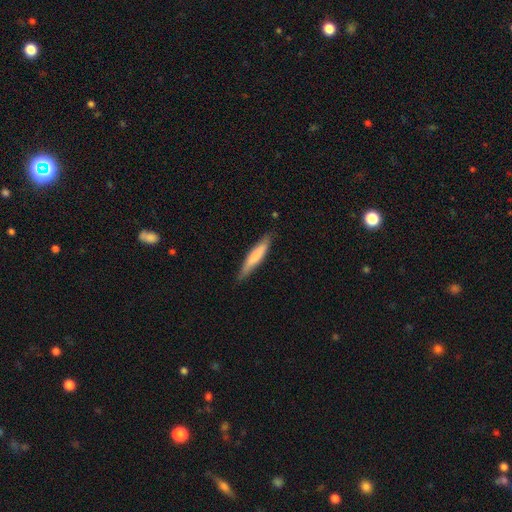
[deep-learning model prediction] A smooth galaxy with no disk features (71%) that is cigar-shaped (89%).

Vote fractions:
- Smooth or featured? smooth: 71% / featured or disk: 24% / star or artifact: 5%
- How rounded? cigar-shaped: 89% / in between: 10% / round: 1%
- Merging? none: 83% / minor disturbance: 14% / major disturbance: 2% / merger: 1%